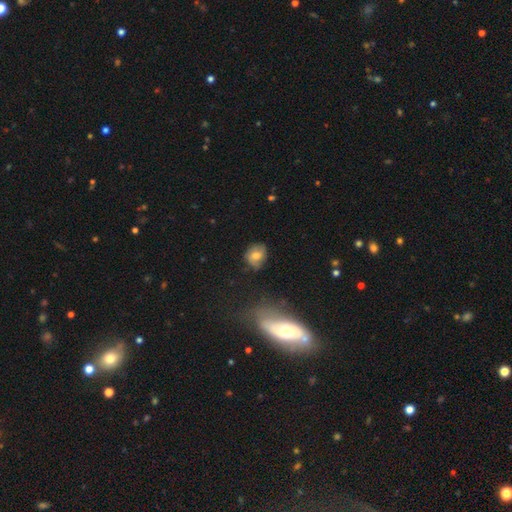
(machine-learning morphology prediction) smooth-or-featured: smooth: 66% | featured or disk: 24% | star or artifact: 10%
  how-rounded: round: 59% | in between: 40% | cigar-shaped: 1%
  merging: none: 69% | minor disturbance: 22% | major disturbance: 6% | merger: 2%